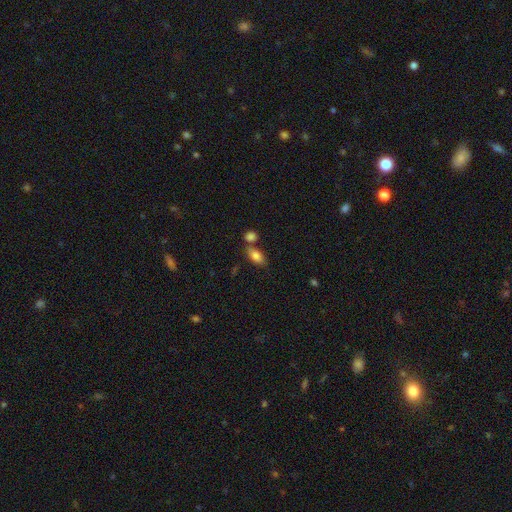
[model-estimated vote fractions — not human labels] smooth_or_featured: smooth (p=0.81) [alt: featured or disk p=0.11]
how_rounded: in between (p=0.88) [alt: cigar-shaped p=0.06]
merging: none (p=0.59) [alt: merger p=0.25]